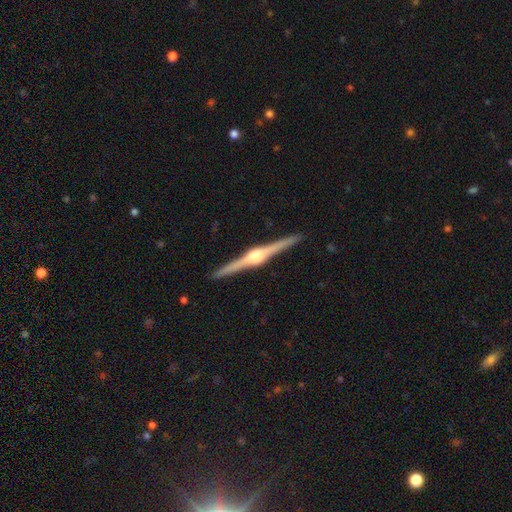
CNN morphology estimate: Smooth or featured? featured or disk (88%)
Edge-on disk? yes (99%)
Edge-on bulge? rounded (86%)
Merging? none (92%)